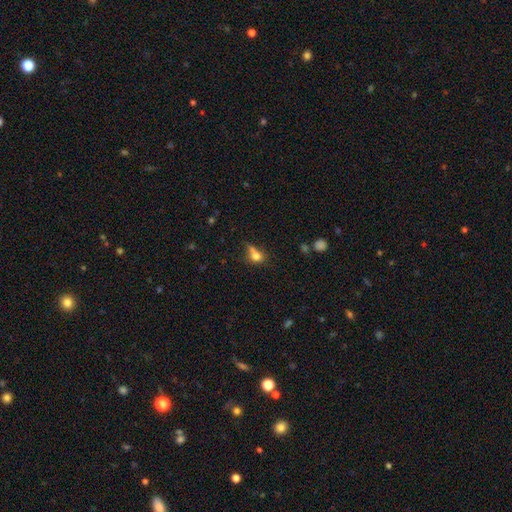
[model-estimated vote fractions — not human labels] smooth 74%, featured or disk 13%, star or artifact 12%. Down the decision tree: how rounded — round (51%); merging — none (36%).